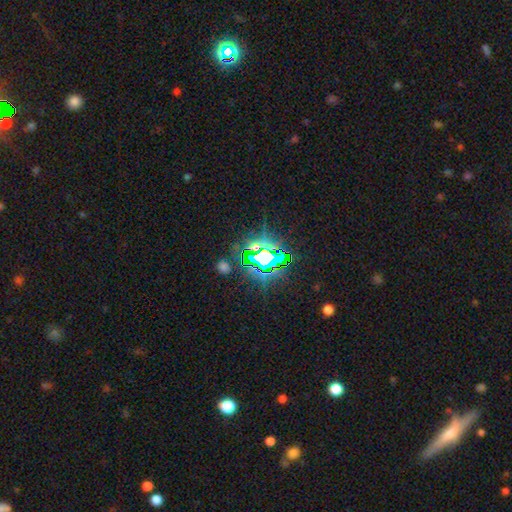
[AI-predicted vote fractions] Smooth or featured? star or artifact (80%)